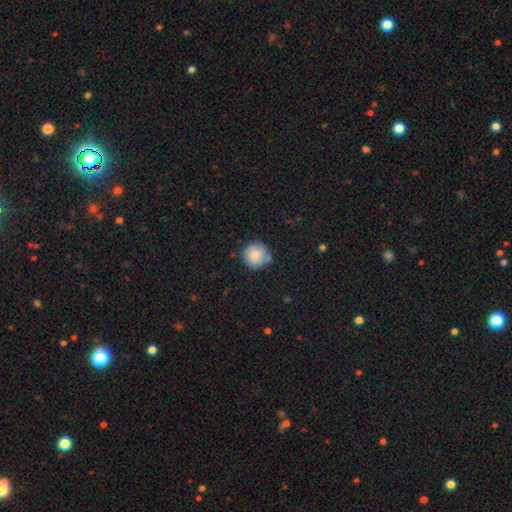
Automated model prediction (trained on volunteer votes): Smooth or featured? Predicted: smooth (p=0.85). How rounded? Predicted: round (p=0.92). Merging? Predicted: none (p=0.68).